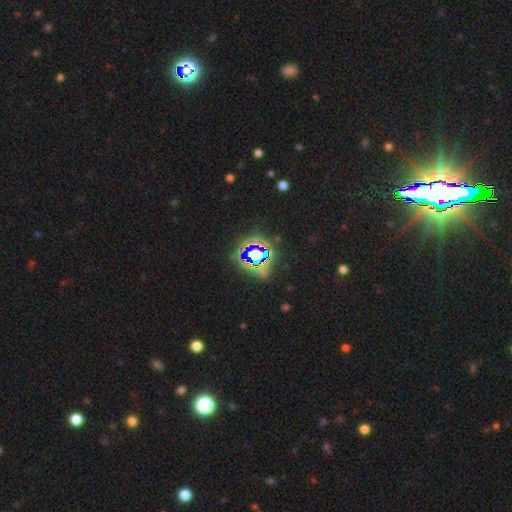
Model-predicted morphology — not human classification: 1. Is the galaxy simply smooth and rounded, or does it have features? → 72% star or artifact, 18% smooth, 11% featured or disk.